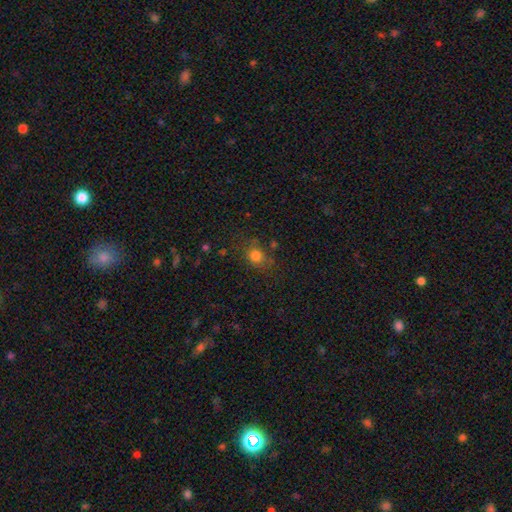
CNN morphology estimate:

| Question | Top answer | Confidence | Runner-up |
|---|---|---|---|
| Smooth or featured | smooth | 77% | star or artifact (15%) |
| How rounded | round | 68% | in between (31%) |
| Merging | none | 71% | minor disturbance (18%) |